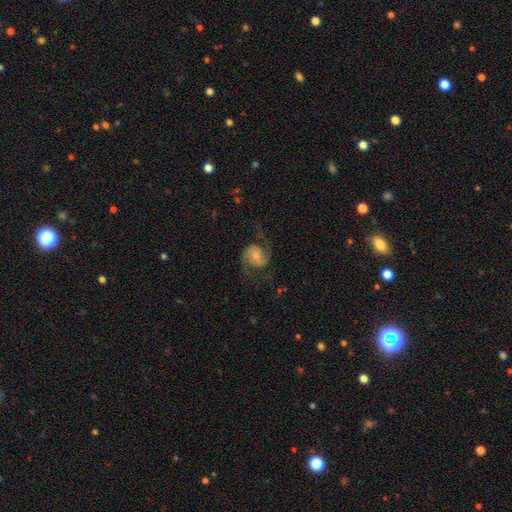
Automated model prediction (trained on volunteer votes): smooth_or_featured: featured or disk (p=0.80) [alt: smooth p=0.13]
disk_edge_on: no (p=0.98) [alt: yes p=0.02]
bar: weak (p=0.45) [alt: no p=0.41]
has_spiral_arms: yes (p=0.96) [alt: no p=0.04]
spiral_winding: medium (p=0.46) [alt: loose p=0.45]
spiral_arm_count: 2 (p=0.93) [alt: can't tell p=0.02]
bulge_size: small (p=0.40) [alt: moderate p=0.39]
merging: none (p=0.71) [alt: minor disturbance p=0.14]